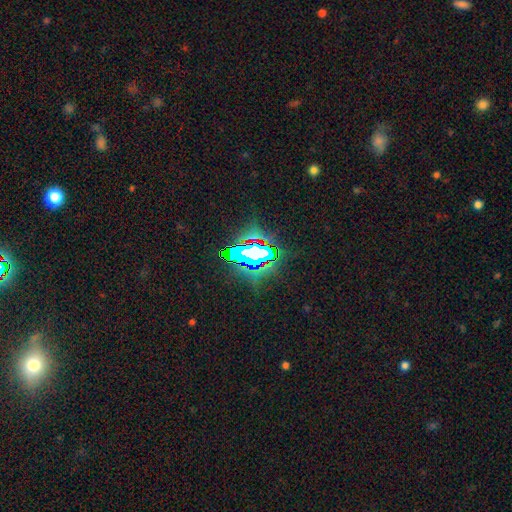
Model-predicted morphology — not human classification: This is likely a star or artifact rather than a galaxy (69%).